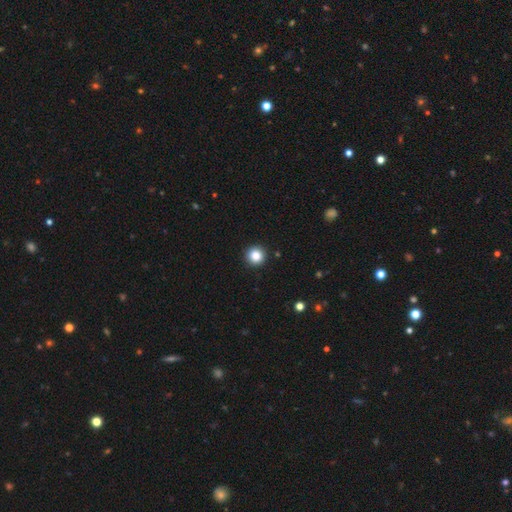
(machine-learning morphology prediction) The model was most divided on "smooth or featured": smooth: 85%, star or artifact: 11%, featured or disk: 4%. More confident: how rounded — round (95%); merging — none (92%).